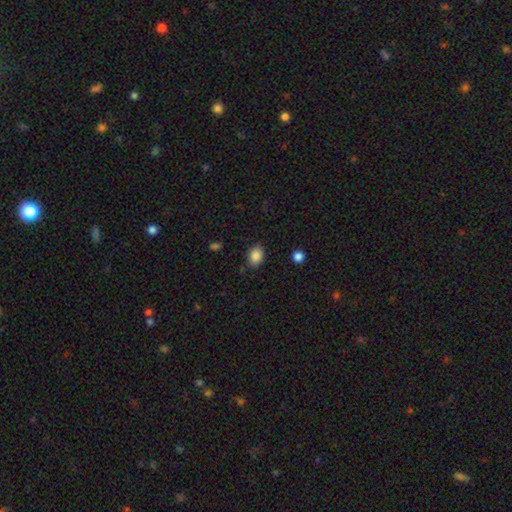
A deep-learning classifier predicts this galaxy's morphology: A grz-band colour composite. It shows a smooth galaxy with no disk features (86%) that is in between round and cigar-shaped (66%). Merging: none (83%).